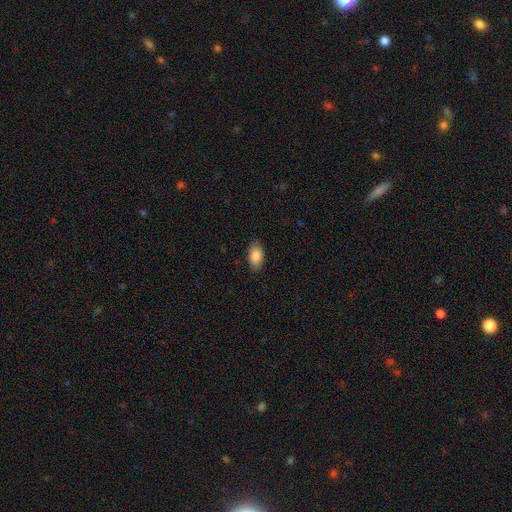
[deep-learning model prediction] smooth_or_featured: smooth (p=0.87) [alt: star or artifact p=0.07]
how_rounded: in between (p=0.93) [alt: round p=0.05]
merging: none (p=0.86) [alt: minor disturbance p=0.10]